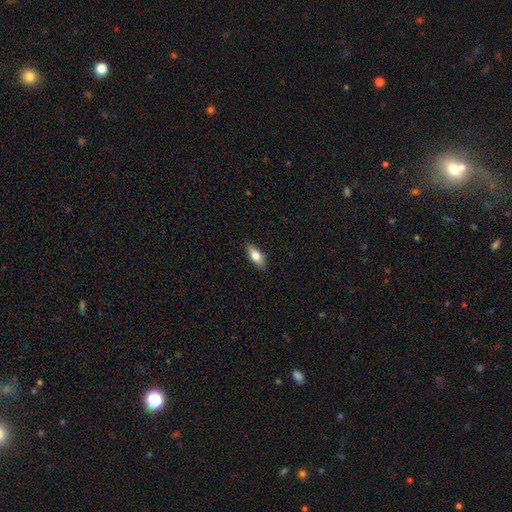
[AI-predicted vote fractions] Smooth or featured? smooth (70%)
How rounded? in between (75%)
Merging? none (87%)